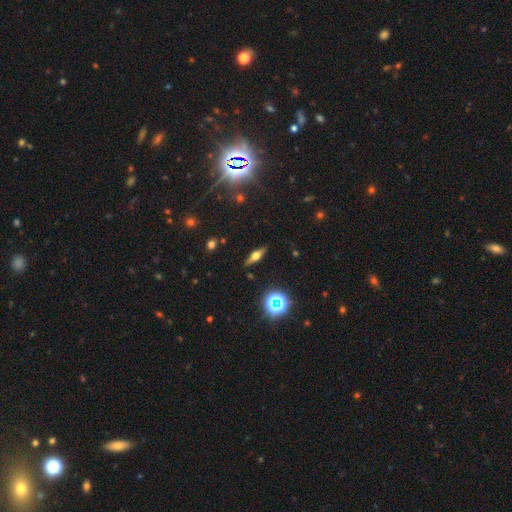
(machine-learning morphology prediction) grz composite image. It shows a featured or disk galaxy (50%). Merging: none (87%).